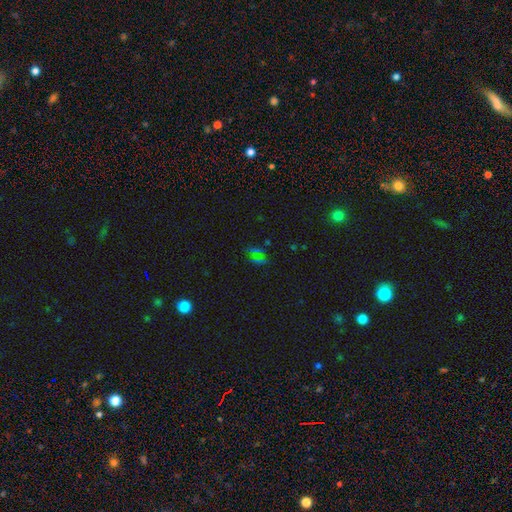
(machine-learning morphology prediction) The model was most divided on "smooth or featured": star or artifact: 53%, smooth: 36%, featured or disk: 11%.